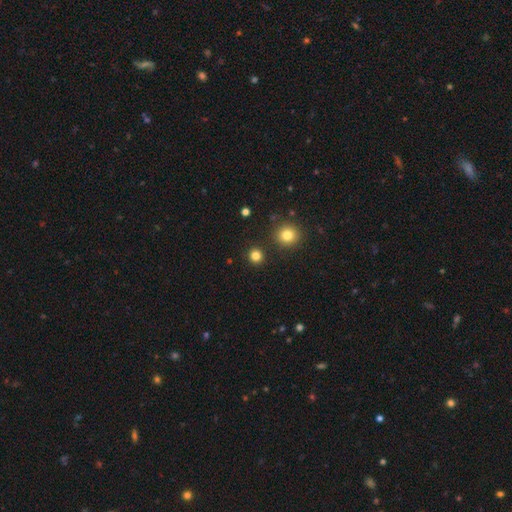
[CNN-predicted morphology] Overall: smooth (82%). How rounded: round (92%). Merging: none (90%).